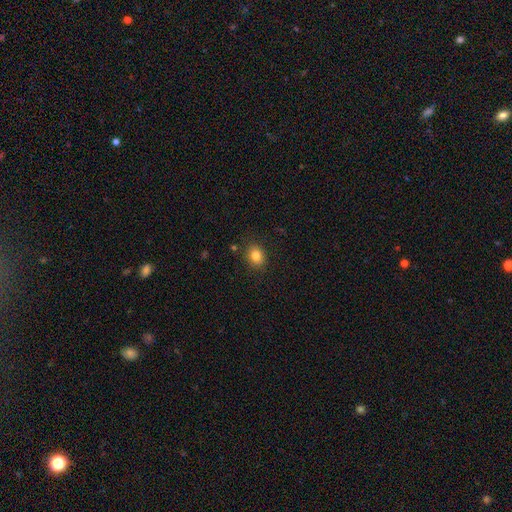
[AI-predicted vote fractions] Overall: smooth (84%). How rounded: round (50%; in between 49%). Merging: none (85%).